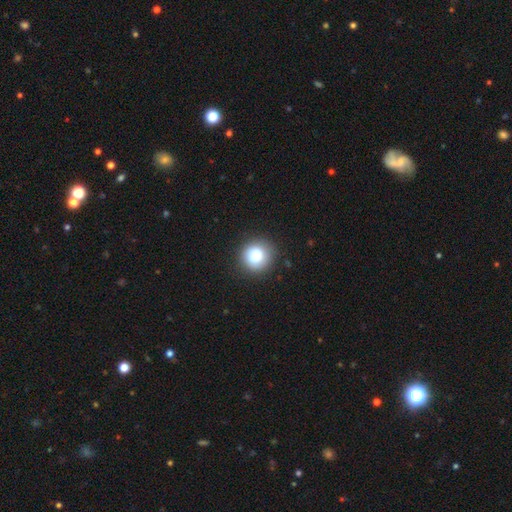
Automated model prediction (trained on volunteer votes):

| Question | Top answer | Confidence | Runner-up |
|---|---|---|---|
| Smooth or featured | smooth | 84% | star or artifact (9%) |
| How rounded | round | 91% | in between (8%) |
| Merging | none | 85% | minor disturbance (11%) |